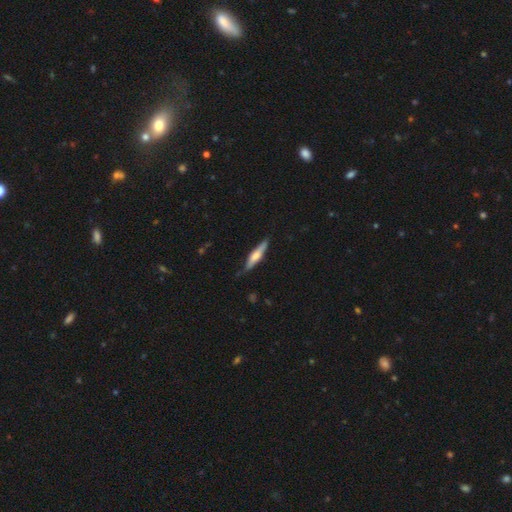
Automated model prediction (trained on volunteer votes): A featured or disk galaxy (47%, tied with smooth). Merging: none (79%).